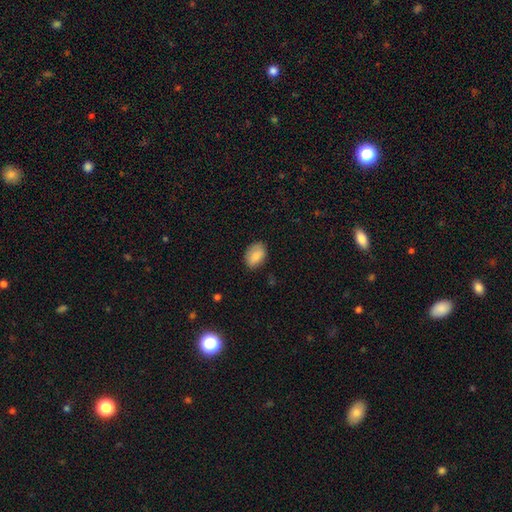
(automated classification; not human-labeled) This appears to be a smooth galaxy with no disk features (81%) that is in between round and cigar-shaped (81%). Merging: none (77%).